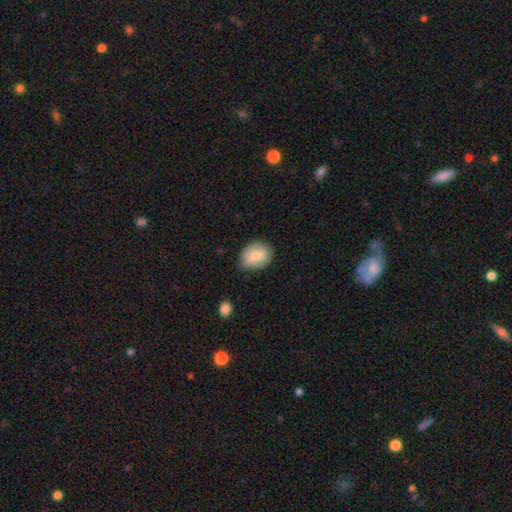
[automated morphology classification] This appears to be a smooth galaxy with no disk features (78%) that is in between round and cigar-shaped (58%). Merging: none (68%).